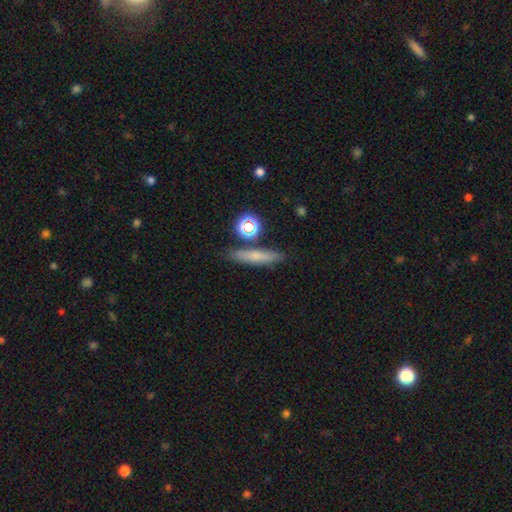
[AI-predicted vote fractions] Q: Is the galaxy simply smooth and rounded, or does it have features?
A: smooth — 65%.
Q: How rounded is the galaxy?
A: cigar-shaped — 78%.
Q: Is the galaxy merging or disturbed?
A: none — 80%.